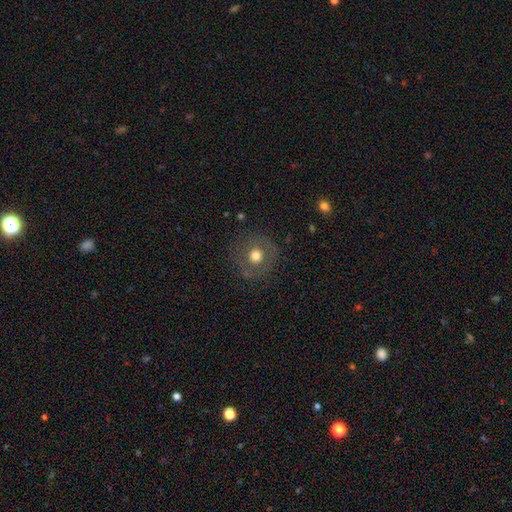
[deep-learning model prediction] A smooth galaxy with no disk features (61%) that is round (93%). Merging: none (84%).